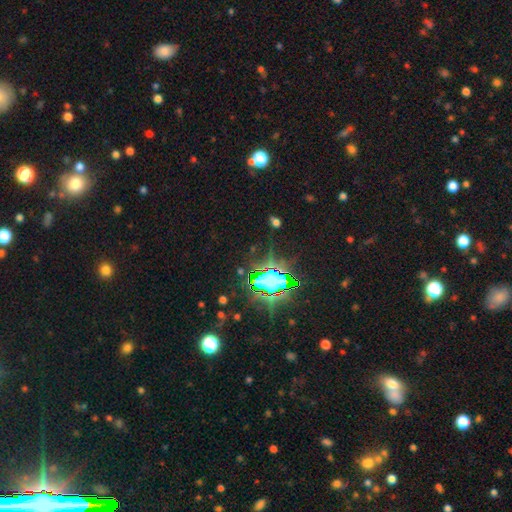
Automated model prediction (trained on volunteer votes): Smooth or featured?
  - star or artifact: 82% *
  - smooth: 11%
  - featured or disk: 7%